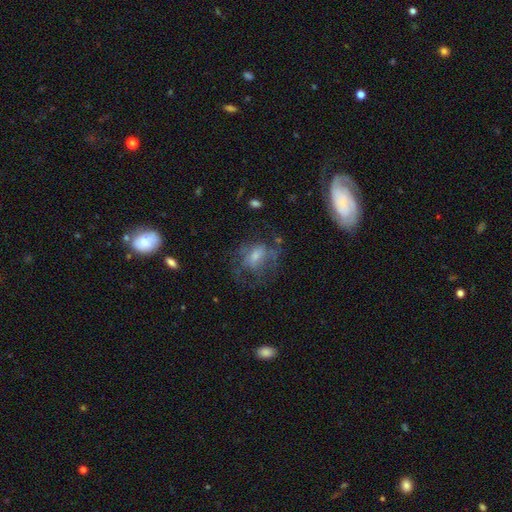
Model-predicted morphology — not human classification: Overall: featured or disk (56%; smooth 30%). Edge-on disk: no (95%). Bar: no (55%; weak 35%). Spiral arms: yes (65%; no 35%). Bulge size: small (46%; moderate 34%). Merging: none (52%; major disturbance 26%).